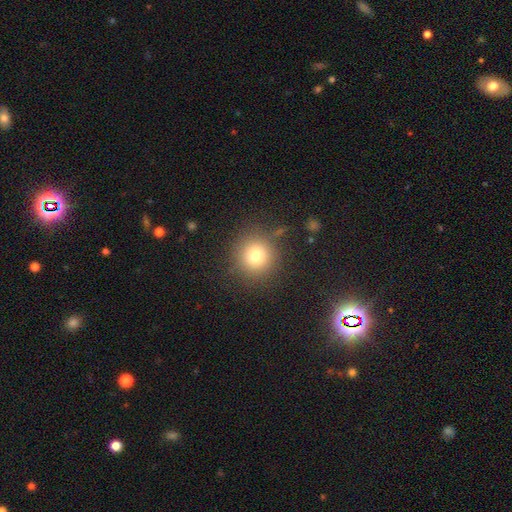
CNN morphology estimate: Smooth or featured: smooth — 78% (star or artifact — 13%)
How rounded: round — 94% (in between — 5%)
Merging: none — 85% (minor disturbance — 9%)